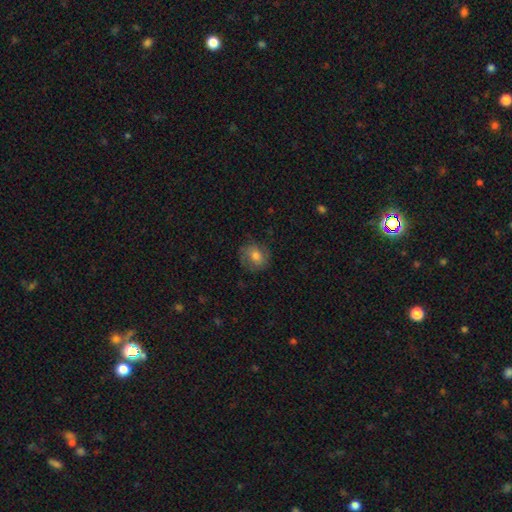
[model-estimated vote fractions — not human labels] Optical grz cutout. It shows a smooth galaxy with no disk features (61%) that is round (72%). Merging: none (72%).